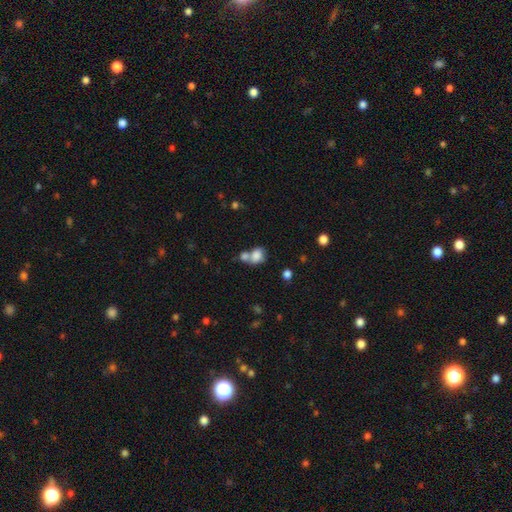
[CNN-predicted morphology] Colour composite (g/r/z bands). It shows a smooth galaxy with no disk features (79%) that is in between round and cigar-shaped (59%). Merging: merger (58%).